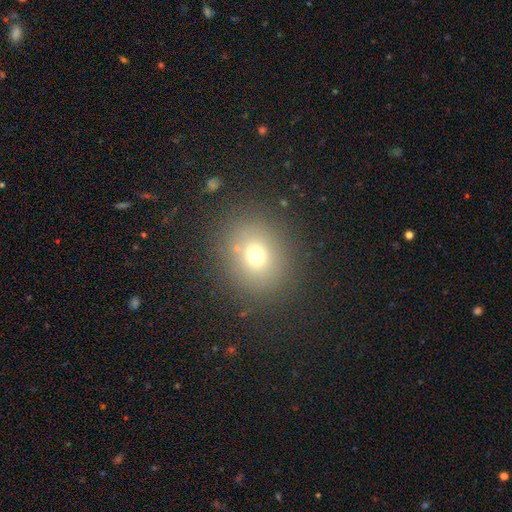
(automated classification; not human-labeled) A smooth galaxy with no disk features (70%) that is round (72%). Merging: none (84%).